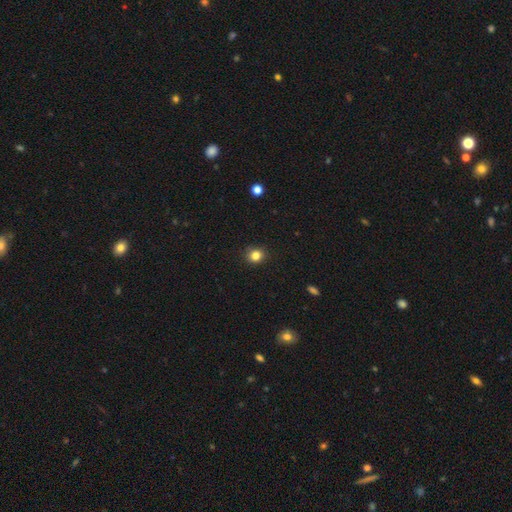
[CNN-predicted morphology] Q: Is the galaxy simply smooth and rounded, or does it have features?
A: smooth — 83%.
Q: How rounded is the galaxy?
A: round — 84%.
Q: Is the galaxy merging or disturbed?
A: none — 88%.